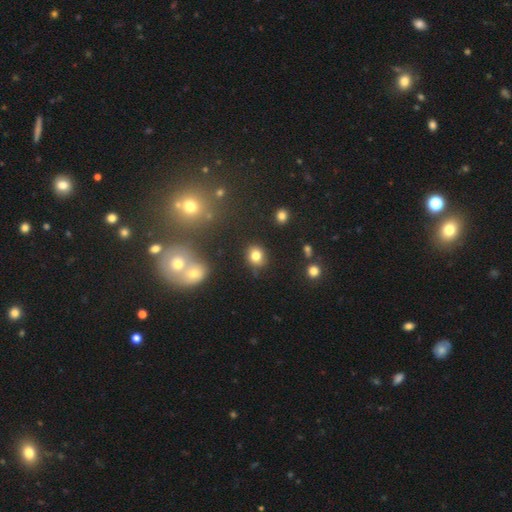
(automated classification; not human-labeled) A smooth galaxy with no disk features (79%) that is round (73%). Merging: none (82%).